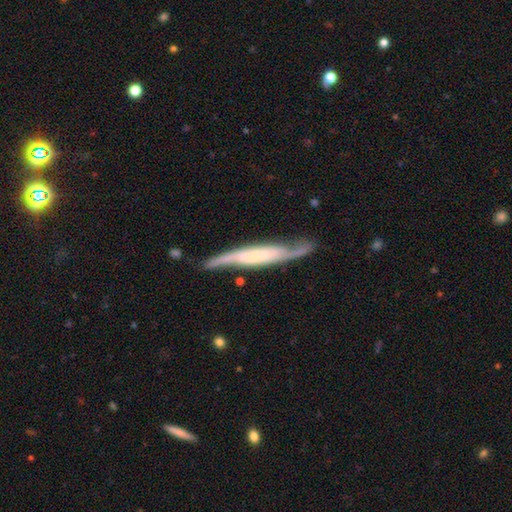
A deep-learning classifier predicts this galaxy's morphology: featured or disk 74%, smooth 20%, star or artifact 5%. Down the decision tree: edge-on disk — yes (60%); merging — none (71%).